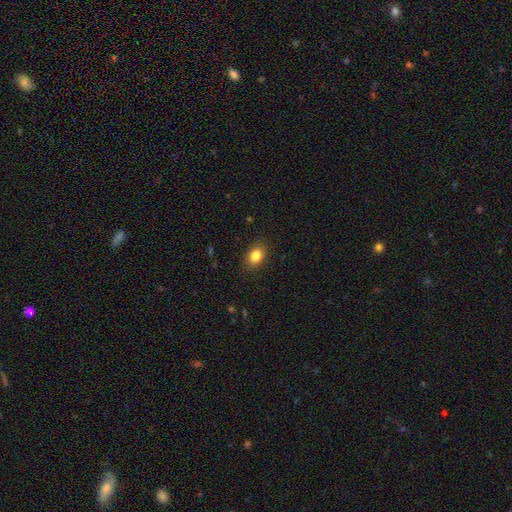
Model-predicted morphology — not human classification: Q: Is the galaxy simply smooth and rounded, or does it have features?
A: smooth — 84%.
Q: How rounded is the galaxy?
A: in between — 71%.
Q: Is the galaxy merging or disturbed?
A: none — 86%.